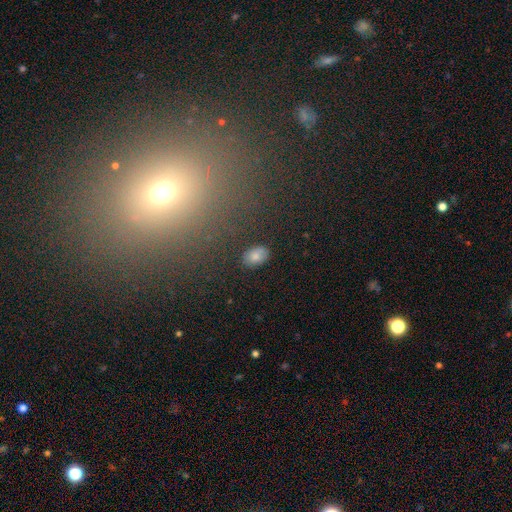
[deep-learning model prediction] smooth-or-featured: smooth: 78% | featured or disk: 11% | star or artifact: 11%
  how-rounded: in between: 86% | round: 13% | cigar-shaped: 1%
  merging: none: 80% | minor disturbance: 14% | major disturbance: 4% | merger: 2%